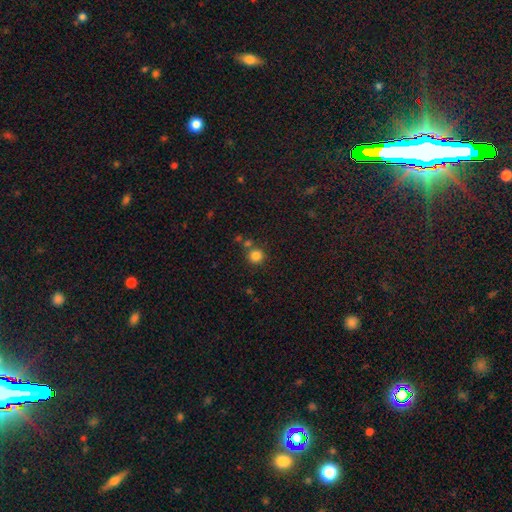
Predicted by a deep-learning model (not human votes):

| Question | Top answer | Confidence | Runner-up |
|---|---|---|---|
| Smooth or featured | smooth | 83% | star or artifact (12%) |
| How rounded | round | 93% | in between (6%) |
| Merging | none | 76% | merger (13%) |